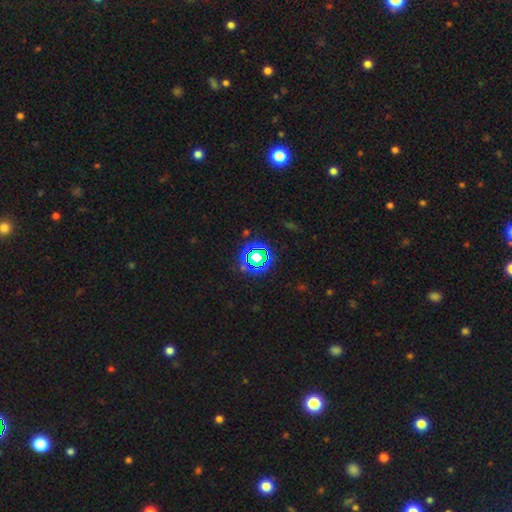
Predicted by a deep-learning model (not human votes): A star or artifact, not a galaxy (70%).